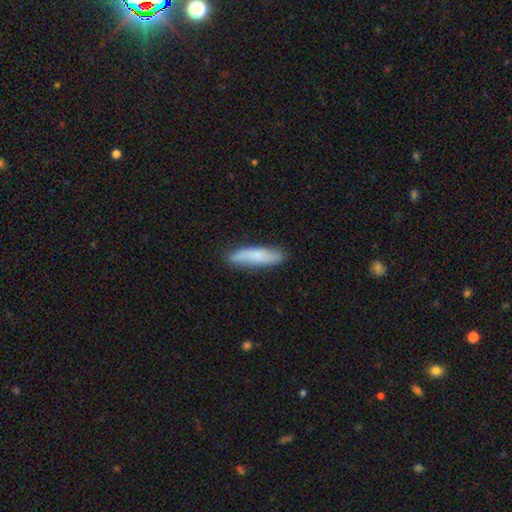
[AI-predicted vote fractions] Smooth or featured? Predicted: smooth (p=0.72). How rounded? Predicted: cigar-shaped (p=0.76). Merging? Predicted: none (p=0.83).